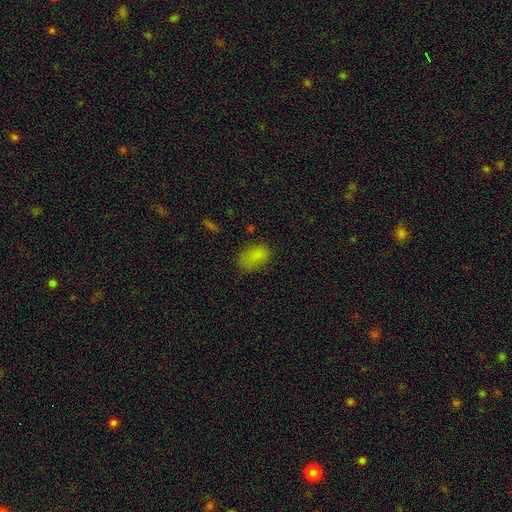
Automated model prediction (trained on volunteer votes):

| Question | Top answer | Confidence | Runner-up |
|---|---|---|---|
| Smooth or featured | smooth | 81% | star or artifact (13%) |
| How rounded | in between | 86% | round (12%) |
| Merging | none | 68% | minor disturbance (23%) |